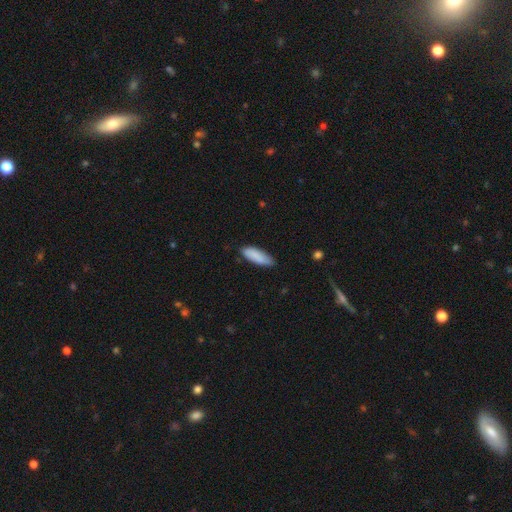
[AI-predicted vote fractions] smooth 87%, featured or disk 7%, star or artifact 6%. Down the decision tree: how rounded — in between (64%); merging — none (76%).